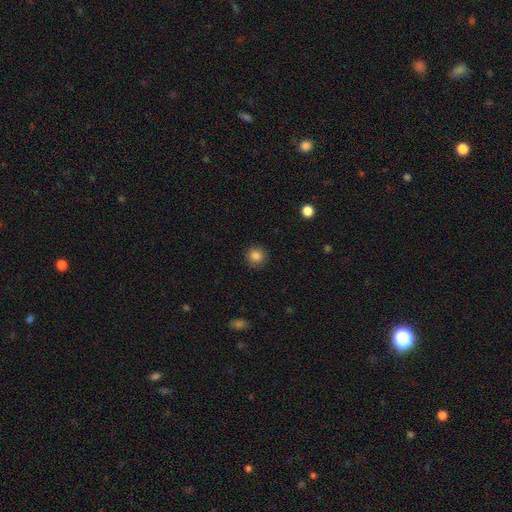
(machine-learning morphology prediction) This is clearly a smooth galaxy (85%). How rounded: clearly round (92%). Merging: clearly none (90%).